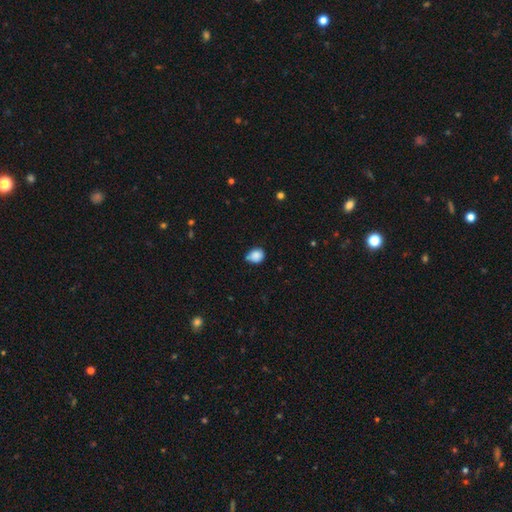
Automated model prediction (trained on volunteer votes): smooth 86%, star or artifact 9%, featured or disk 5%. Down the decision tree: how rounded — round (62%); merging — none (59%).